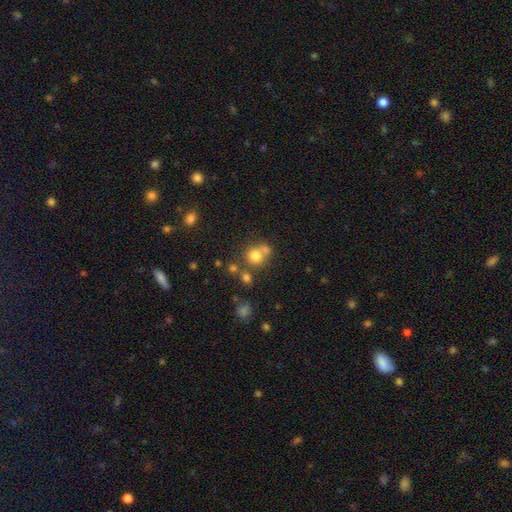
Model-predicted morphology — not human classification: Overall: smooth (74%). How rounded: round (84%). Merging: none (52%; merger 33%).